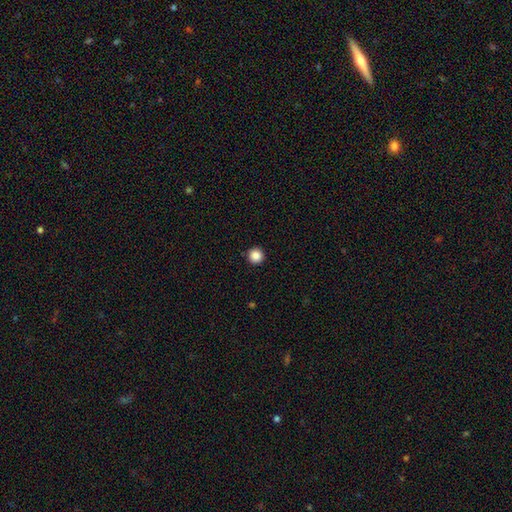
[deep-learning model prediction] This appears to be a smooth galaxy with no disk features (87%) that is round (97%). Merging: none (93%).